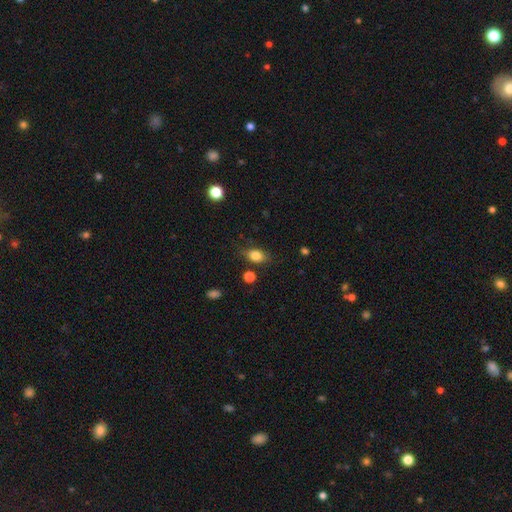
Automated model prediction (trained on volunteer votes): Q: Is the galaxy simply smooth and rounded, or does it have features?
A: smooth — 81%.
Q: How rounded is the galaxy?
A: in between — 79%.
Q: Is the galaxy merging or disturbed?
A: none — 77%.